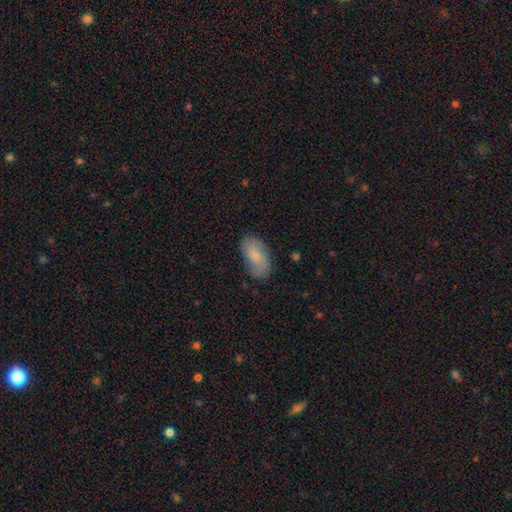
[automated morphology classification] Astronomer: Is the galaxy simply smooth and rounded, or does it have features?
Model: smooth — 69%.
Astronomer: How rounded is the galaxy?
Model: in between — 93%.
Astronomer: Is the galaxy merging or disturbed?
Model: none — 76%.